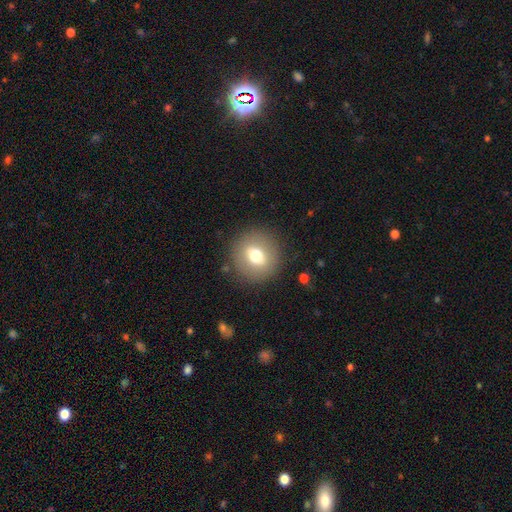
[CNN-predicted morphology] This is likely a smooth galaxy (66%). How rounded: clearly round (89%). Merging: clearly none (87%).